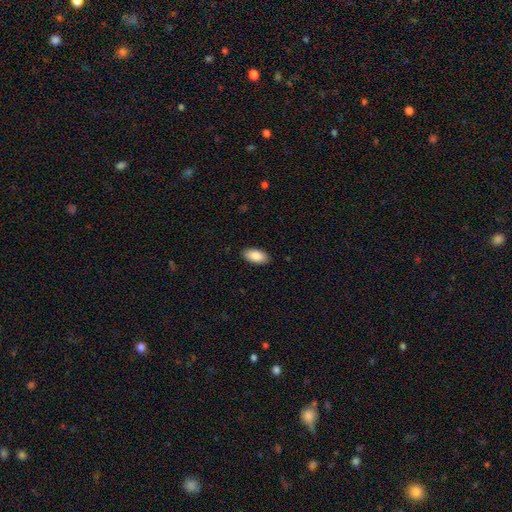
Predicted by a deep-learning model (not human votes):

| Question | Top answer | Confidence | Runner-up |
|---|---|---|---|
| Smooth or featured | smooth | 87% | featured or disk (6%) |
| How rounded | in between | 94% | cigar-shaped (4%) |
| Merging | none | 89% | minor disturbance (8%) |